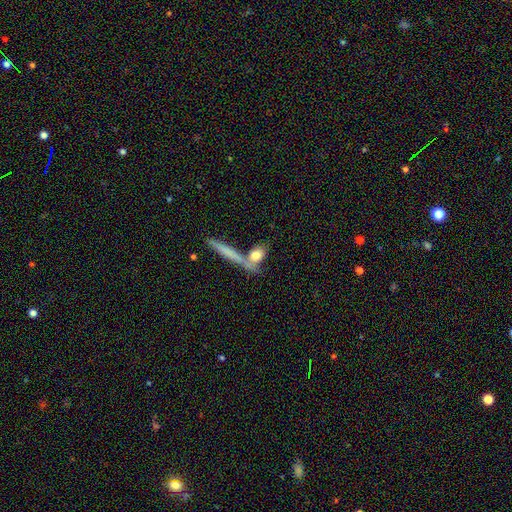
Morphology: type=smooth (71%); roundness=in between (45%); merging=none (46%).